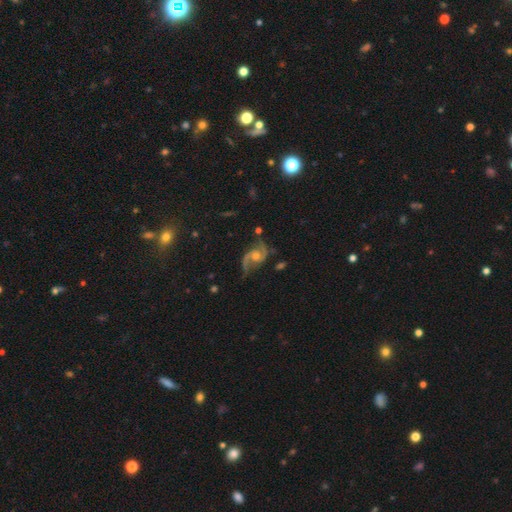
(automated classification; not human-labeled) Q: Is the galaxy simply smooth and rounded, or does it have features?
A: featured or disk — 86%.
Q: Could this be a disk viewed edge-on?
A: no — 97%.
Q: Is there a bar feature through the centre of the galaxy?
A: no — 61%.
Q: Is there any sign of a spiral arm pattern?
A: yes — 96%.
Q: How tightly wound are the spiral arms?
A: loose — 45%.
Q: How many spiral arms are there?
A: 2 — 89%.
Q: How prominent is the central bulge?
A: moderate — 55%.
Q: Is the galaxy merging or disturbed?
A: none — 67%.